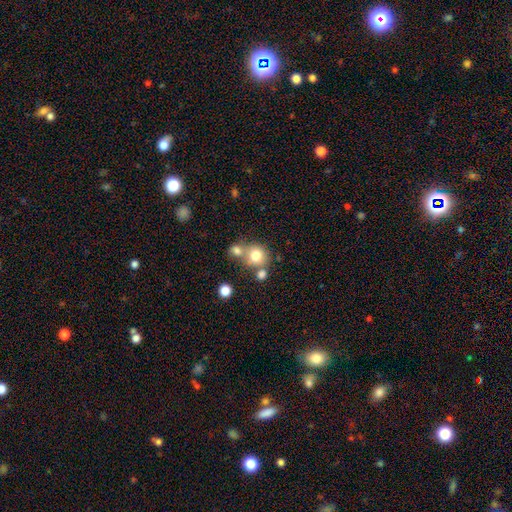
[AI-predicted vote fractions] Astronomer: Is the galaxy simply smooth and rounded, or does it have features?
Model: smooth — 75%.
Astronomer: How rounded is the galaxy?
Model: round — 82%.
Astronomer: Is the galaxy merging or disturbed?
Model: none — 48% (runner-up: merger, 39%).